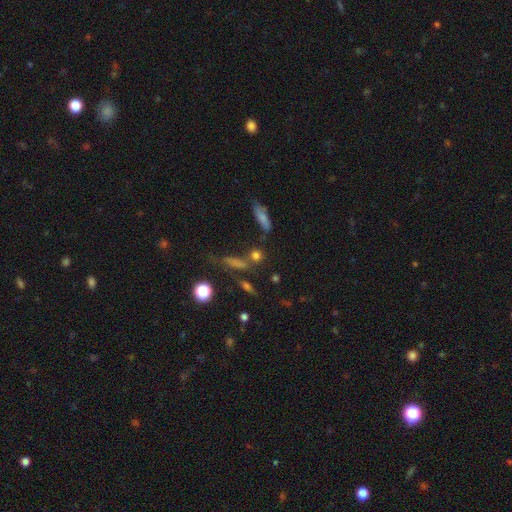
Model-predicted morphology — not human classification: This appears to be a smooth galaxy with no disk features (70%) that is round (64%). Merging: none (64%).